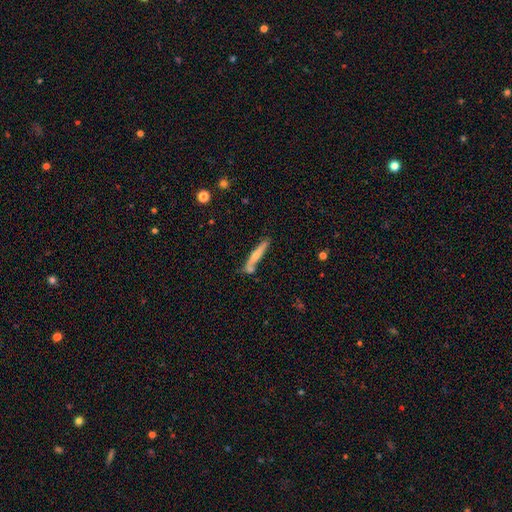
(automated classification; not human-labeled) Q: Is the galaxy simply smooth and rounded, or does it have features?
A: smooth — 54%.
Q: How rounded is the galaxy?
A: cigar-shaped — 93%.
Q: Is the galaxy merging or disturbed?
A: none — 65%.